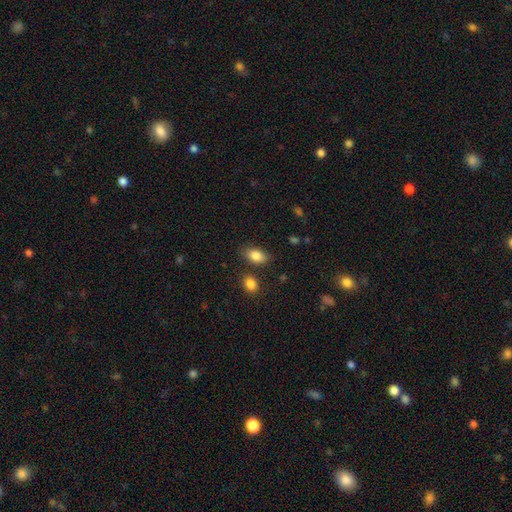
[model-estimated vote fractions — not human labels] A smooth galaxy with no disk features (85%) that is in between round and cigar-shaped (88%). Merging: none (79%).